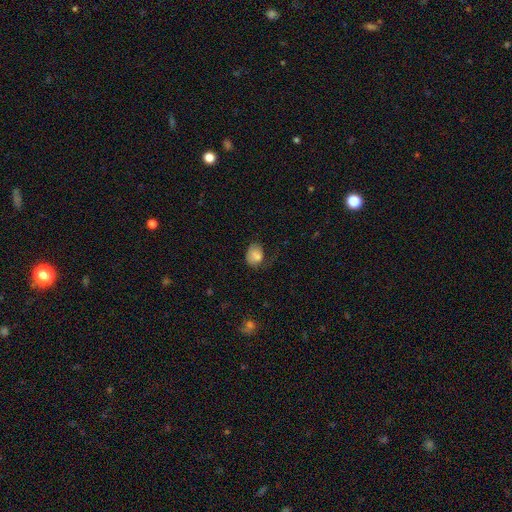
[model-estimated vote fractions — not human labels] The model was most divided on "merging": none: 41%, minor disturbance: 30%, major disturbance: 25%, merger: 3%. More confident: smooth or featured — smooth (76%); how rounded — in between (60%).